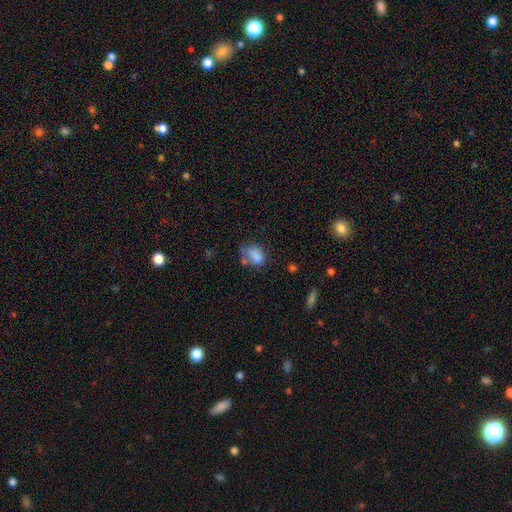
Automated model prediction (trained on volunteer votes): The model was most divided on "merging": none: 45%, minor disturbance: 26%, merger: 16%, major disturbance: 13%. More confident: smooth or featured — smooth (80%); how rounded — in between (76%).